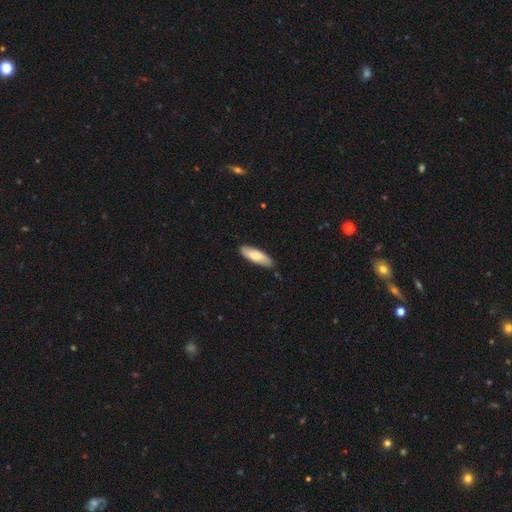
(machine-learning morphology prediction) type=smooth (77%); roundness=in between (56%); merging=none (86%).